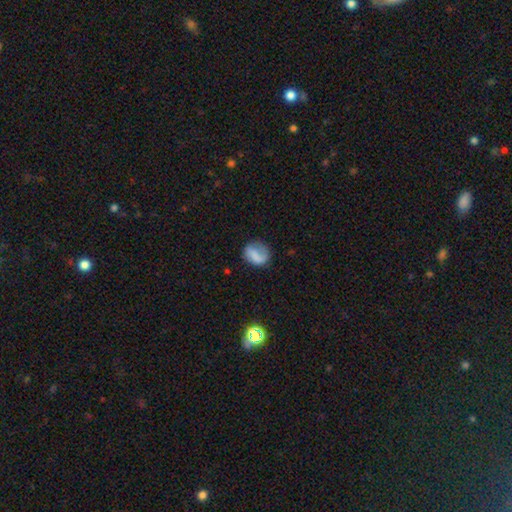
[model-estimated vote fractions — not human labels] A smooth galaxy with no disk features (69%) that is round (51%). Merging: none (53%).